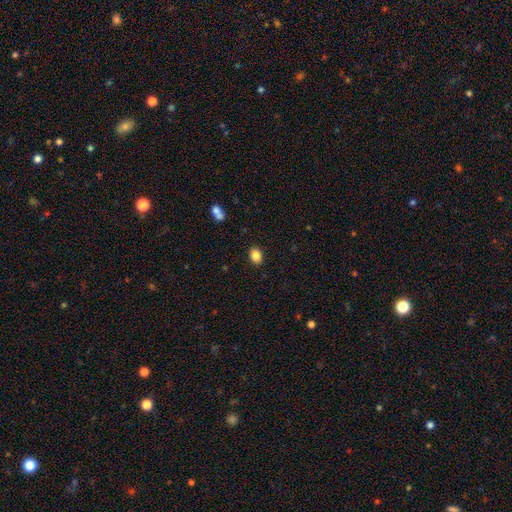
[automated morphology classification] smooth-or-featured: smooth: 85% | star or artifact: 9% | featured or disk: 5%
  how-rounded: in between: 68% | round: 31% | cigar-shaped: 1%
  merging: none: 88% | minor disturbance: 8% | major disturbance: 2% | merger: 2%